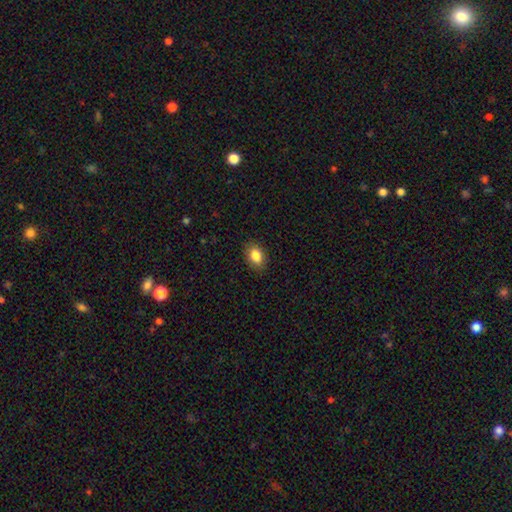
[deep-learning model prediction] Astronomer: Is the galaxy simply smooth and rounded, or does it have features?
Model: smooth — 85%.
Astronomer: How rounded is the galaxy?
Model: in between — 82%.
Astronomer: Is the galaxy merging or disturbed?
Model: none — 87%.